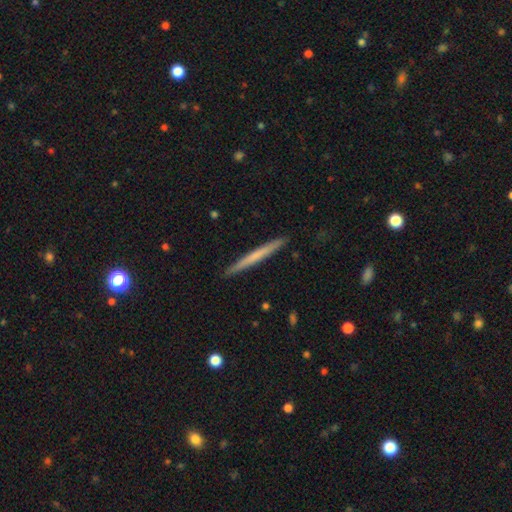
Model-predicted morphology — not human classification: This appears to be a smooth galaxy with no disk features (57%) that is cigar-shaped (97%). Merging: none (92%).